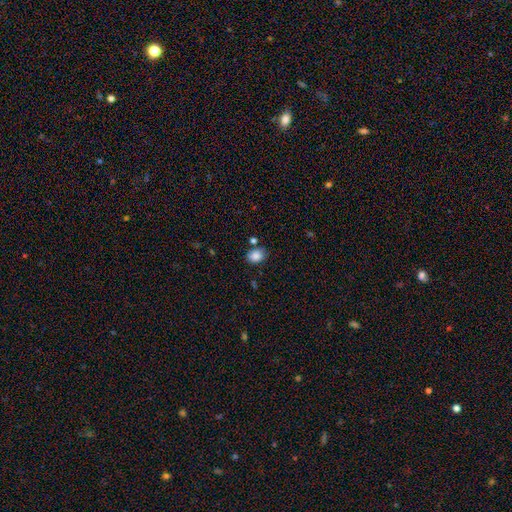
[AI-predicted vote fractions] Smooth or featured: smooth — 86% (star or artifact — 9%)
How rounded: in between — 57% (round — 42%)
Merging: none — 75% (minor disturbance — 14%)